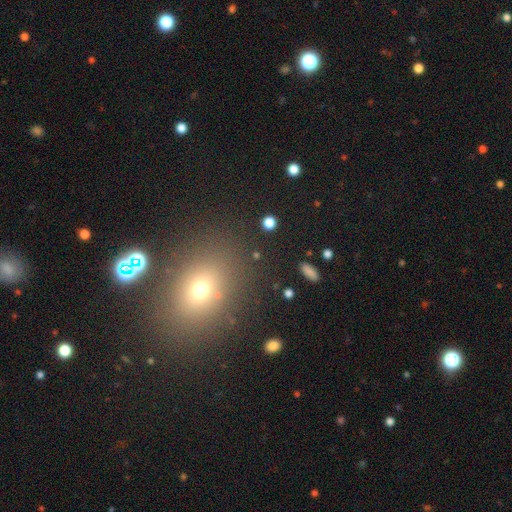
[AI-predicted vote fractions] This appears to be a smooth galaxy with no disk features (57%) that is in between round and cigar-shaped (52%). Merging: none (83%).